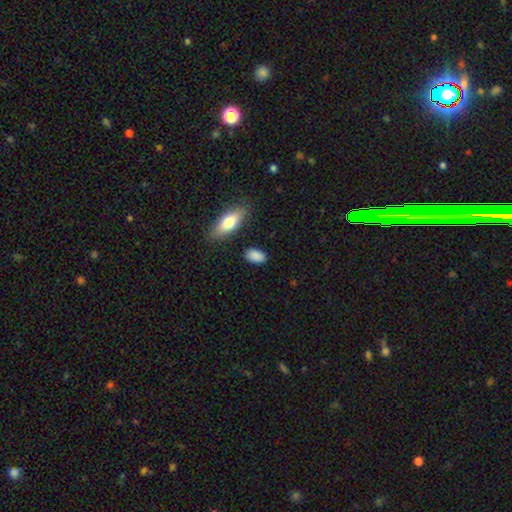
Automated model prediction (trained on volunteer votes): smooth 89%, star or artifact 7%, featured or disk 5%. Down the decision tree: how rounded — in between (90%); merging — none (83%).